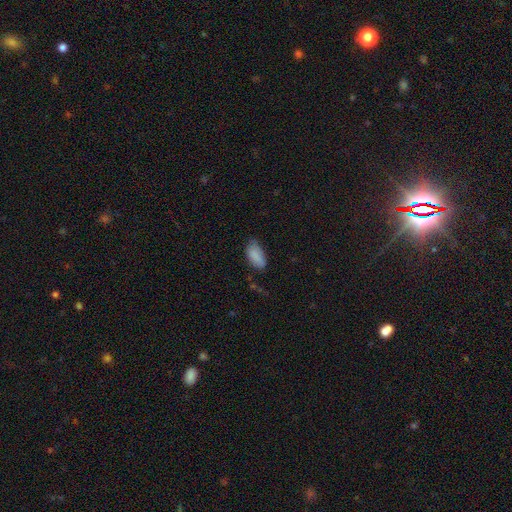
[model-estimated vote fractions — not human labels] Smooth or featured?
  - smooth: 86% *
  - star or artifact: 7%
  - featured or disk: 7%
How rounded?
  - in between: 93% *
  - cigar-shaped: 5%
  - round: 2%
Merging?
  - none: 60% *
  - minor disturbance: 31%
  - major disturbance: 7%
  - merger: 2%